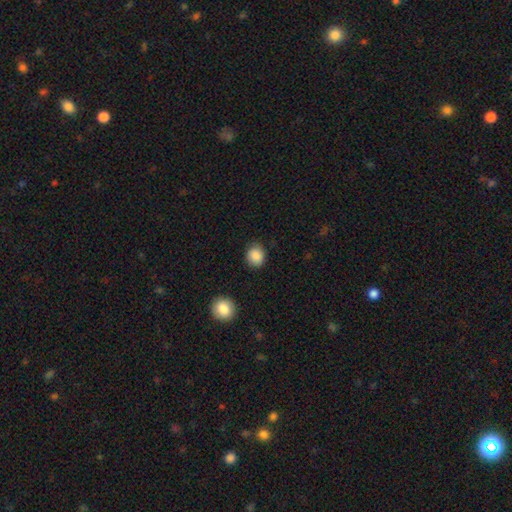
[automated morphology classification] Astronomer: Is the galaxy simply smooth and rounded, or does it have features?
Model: smooth — 88%.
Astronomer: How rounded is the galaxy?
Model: round — 81%.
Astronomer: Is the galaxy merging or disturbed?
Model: none — 86%.